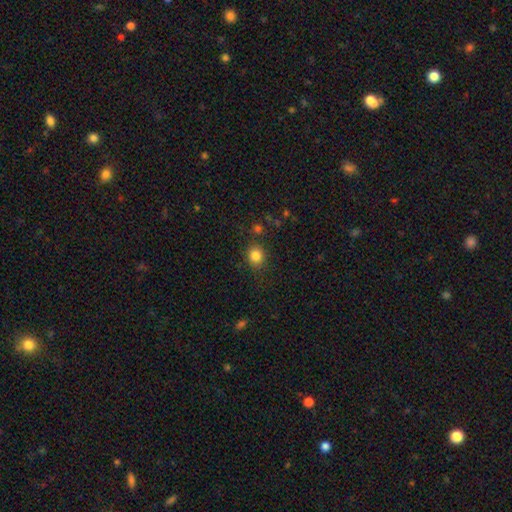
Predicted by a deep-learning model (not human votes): This appears to be a smooth galaxy with no disk features (84%) that is round (79%). Merging: none (84%).